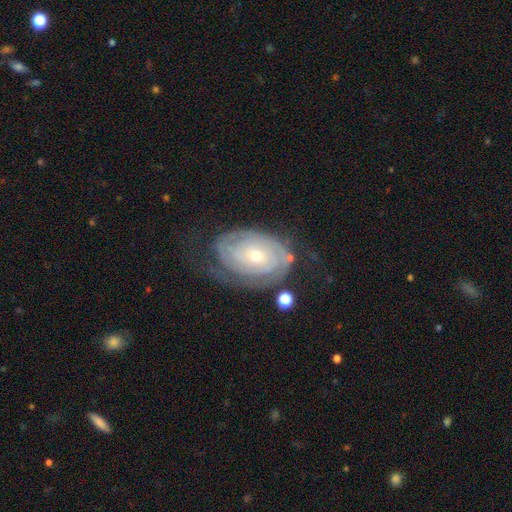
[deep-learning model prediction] featured or disk 83%, smooth 11%, star or artifact 6%. Down the decision tree: edge-on disk — no (95%); bar — no (78%); spiral arms — yes (92%); spiral arm count — can't tell (40%); spiral winding — tight (81%); bulge size — small (64%); merging — none (61%).